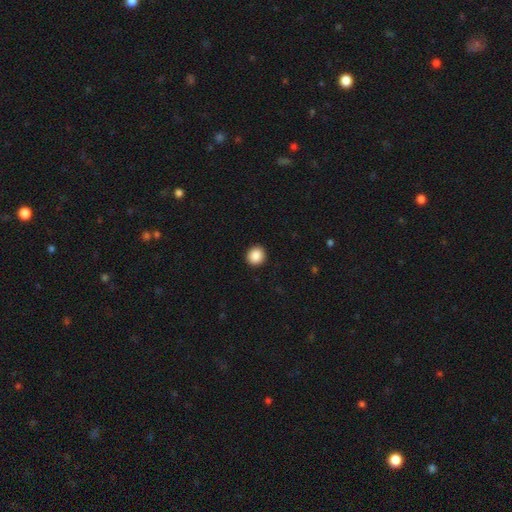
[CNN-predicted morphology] This appears to be a smooth galaxy with no disk features (89%) that is round (87%). Merging: none (93%).